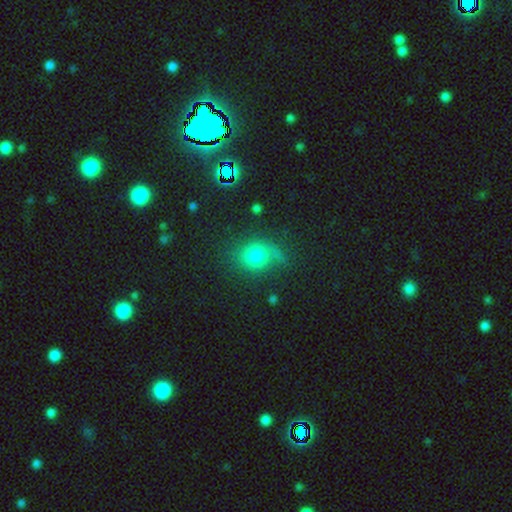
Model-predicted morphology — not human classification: A smooth galaxy with no disk features (69%) that is round (72%). Merging: none (62%).